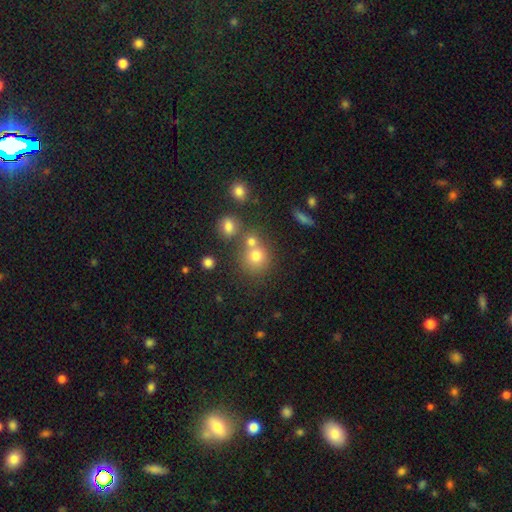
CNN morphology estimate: This appears to be a smooth galaxy with no disk features (73%) that is round (85%). Merging: none (54%).